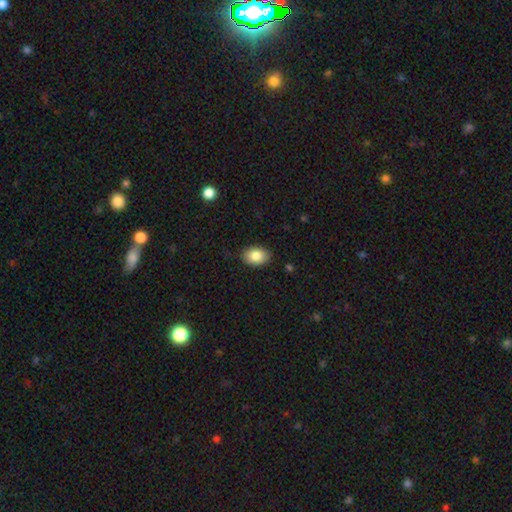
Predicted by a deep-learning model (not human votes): Smooth or featured? Predicted: smooth (p=0.85). How rounded? Predicted: in between (p=0.80). Merging? Predicted: none (p=0.86).